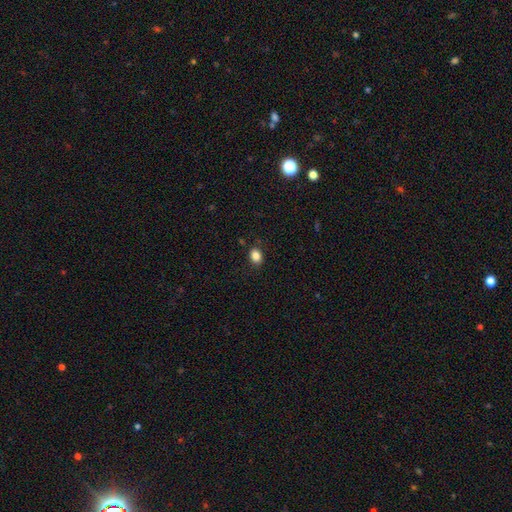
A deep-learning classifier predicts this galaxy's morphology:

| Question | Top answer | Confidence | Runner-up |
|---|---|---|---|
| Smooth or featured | smooth | 85% | star or artifact (10%) |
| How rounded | in between | 66% | round (33%) |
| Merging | none | 85% | minor disturbance (11%) |